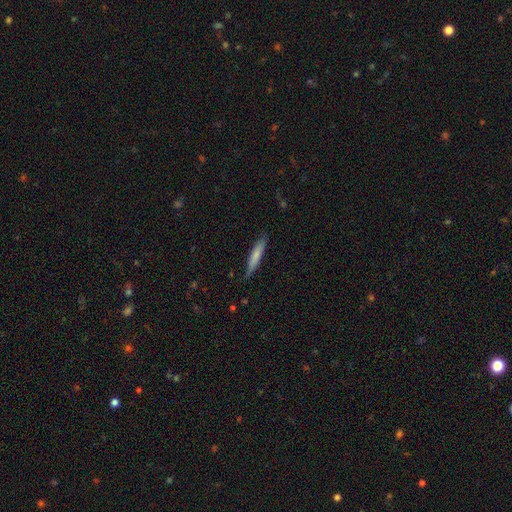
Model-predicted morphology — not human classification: A smooth galaxy with no disk features (72%) that is cigar-shaped (90%).

Vote fractions:
- Smooth or featured? smooth: 72% / featured or disk: 23% / star or artifact: 5%
- How rounded? cigar-shaped: 90% / in between: 9% / round: 1%
- Merging? none: 81% / minor disturbance: 15% / major disturbance: 2% / merger: 1%